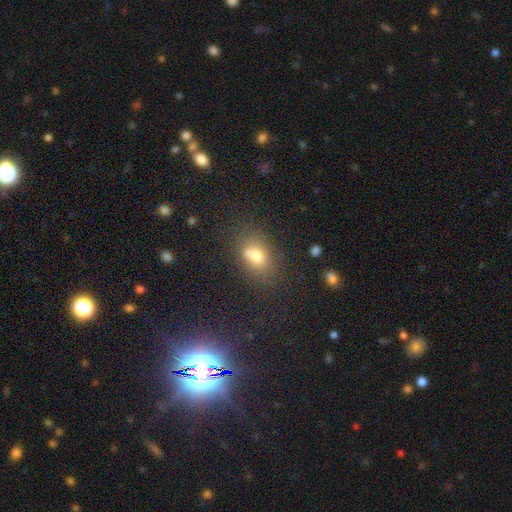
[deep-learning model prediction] smooth_or_featured: smooth (p=0.68) [alt: star or artifact p=0.17]
how_rounded: in between (p=0.66) [alt: round p=0.31]
merging: none (p=0.55) [alt: merger p=0.25]